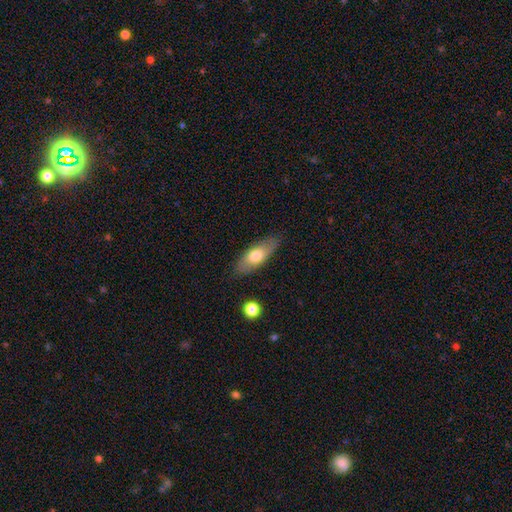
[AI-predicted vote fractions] Smooth or featured: smooth — 66% (featured or disk — 28%)
How rounded: in between — 73% (cigar-shaped — 24%)
Merging: none — 82% (minor disturbance — 14%)